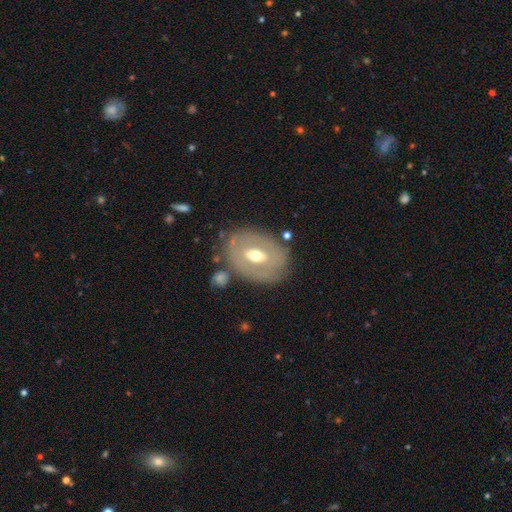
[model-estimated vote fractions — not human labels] A featured or disk galaxy (58%) with no bar (39%, tied with weak), no spiral arms (83%) and a moderate central bulge (73%).

Vote fractions:
- Smooth or featured? featured or disk: 58% / smooth: 36% / star or artifact: 6%
- Edge-on disk? no: 91% / yes: 9%
- Bar? no: 39% (tied) / weak: 39% (tied) / strong: 22%
- Spiral arms? no: 83% / yes: 17%
- Bulge size? moderate: 73% / small: 17% / large: 8% / dominant: 1% / none: 1%
- Merging? none: 75% / minor disturbance: 15% / major disturbance: 6% / merger: 4%